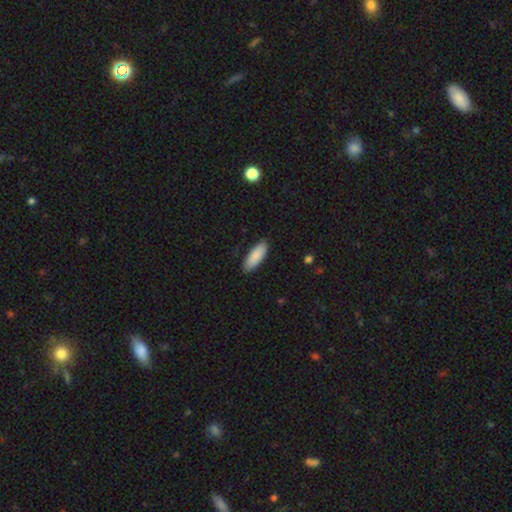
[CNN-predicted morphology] The model was most divided on "how rounded": in between: 71%, cigar-shaped: 27%, round: 2%. More confident: smooth or featured — smooth (88%); merging — none (87%).